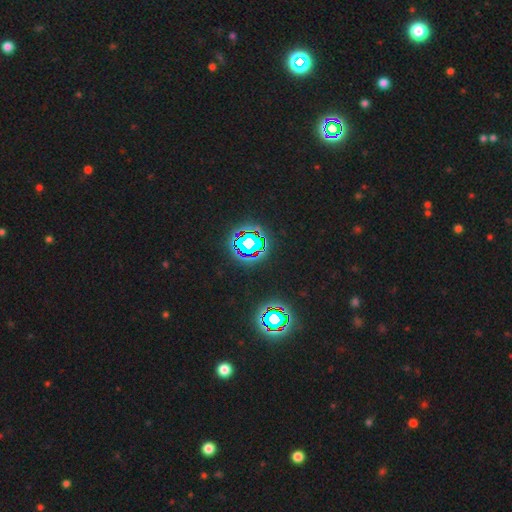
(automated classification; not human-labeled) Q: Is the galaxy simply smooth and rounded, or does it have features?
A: star or artifact — 82%.